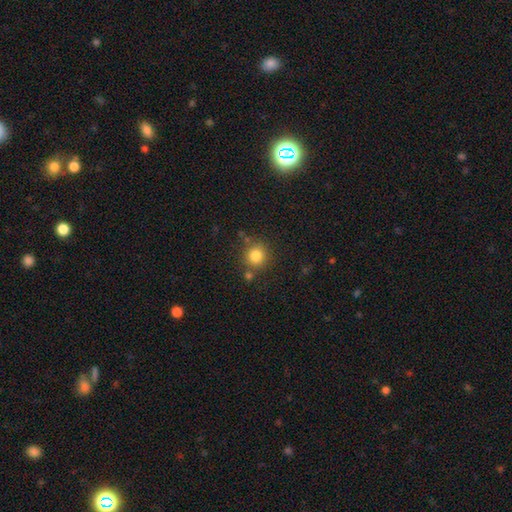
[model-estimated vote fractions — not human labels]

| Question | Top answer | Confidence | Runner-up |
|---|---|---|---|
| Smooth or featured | smooth | 81% | star or artifact (12%) |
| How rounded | round | 91% | in between (8%) |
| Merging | none | 75% | minor disturbance (11%) |